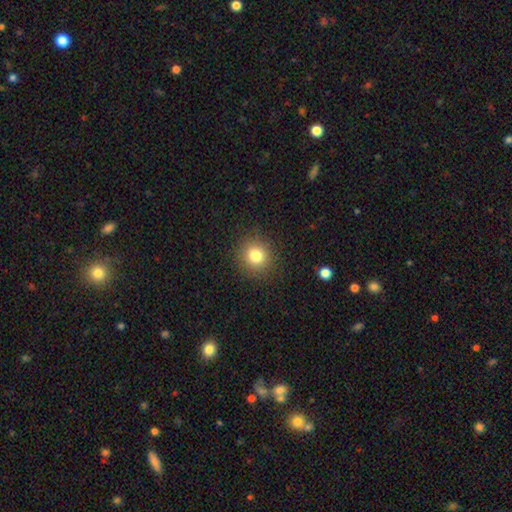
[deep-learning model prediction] A smooth galaxy with no disk features (80%) that is round (91%).

Vote fractions:
- Smooth or featured? smooth: 80% / star or artifact: 12% / featured or disk: 8%
- How rounded? round: 91% / in between: 8% / cigar-shaped: 1%
- Merging? none: 90% / minor disturbance: 7% / major disturbance: 3% / merger: 1%